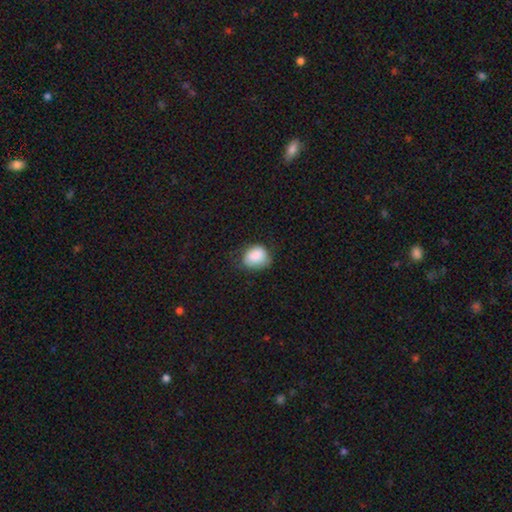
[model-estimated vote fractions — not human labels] This is clearly a smooth galaxy (86%). How rounded: possibly round (52%). Merging: likely none (61%).